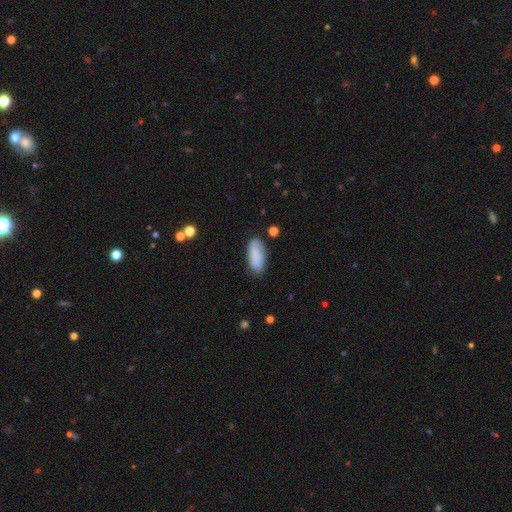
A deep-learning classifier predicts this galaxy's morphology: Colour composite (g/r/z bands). It shows a smooth galaxy with no disk features (83%) that is in between round and cigar-shaped (85%). Merging: none (79%).